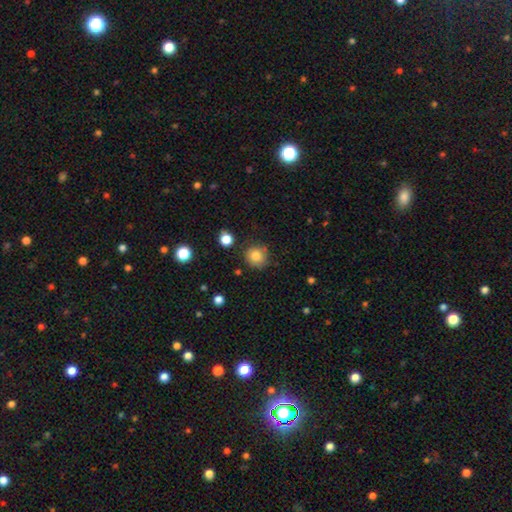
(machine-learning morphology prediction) Smooth or featured?
  - smooth: 83% *
  - star or artifact: 11%
  - featured or disk: 6%
How rounded?
  - round: 89% *
  - in between: 10%
  - cigar-shaped: 1%
Merging?
  - none: 79% *
  - minor disturbance: 13%
  - merger: 4%
  - major disturbance: 3%